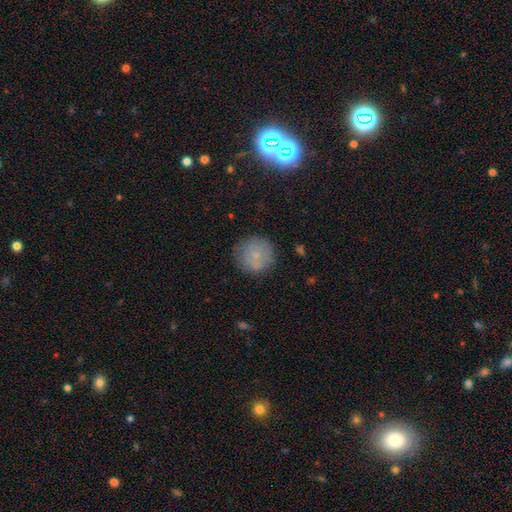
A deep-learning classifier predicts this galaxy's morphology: type=smooth (76%); roundness=round (94%); merging=none (80%).